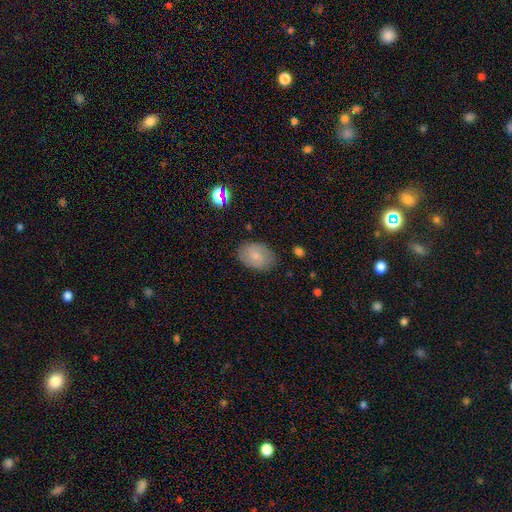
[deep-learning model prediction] Overall: smooth (64%; featured or disk 27%). How rounded: in between (82%). Merging: none (82%).